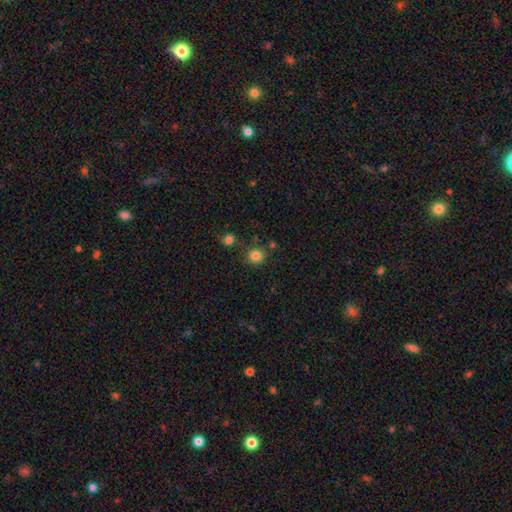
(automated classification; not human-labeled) Smooth or featured? smooth (82%)
How rounded? round (89%)
Merging? none (80%)